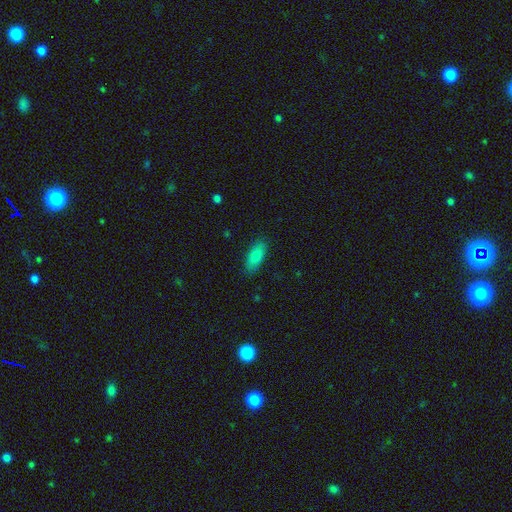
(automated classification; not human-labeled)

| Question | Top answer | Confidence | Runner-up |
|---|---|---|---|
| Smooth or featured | smooth | 79% | featured or disk (13%) |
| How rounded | in between | 77% | cigar-shaped (20%) |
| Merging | none | 86% | minor disturbance (11%) |